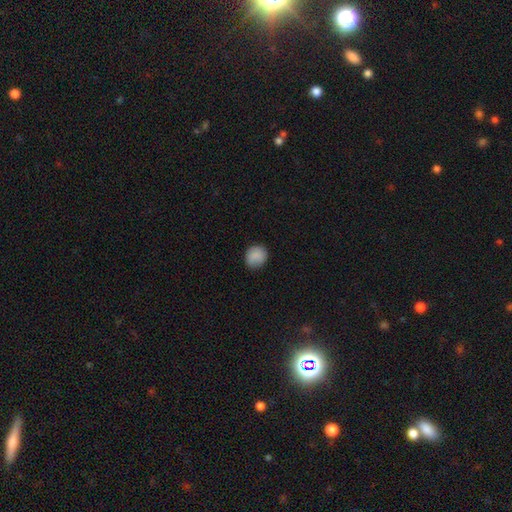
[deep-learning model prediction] A smooth galaxy with no disk features (87%) that is round (81%). Merging: none (83%).